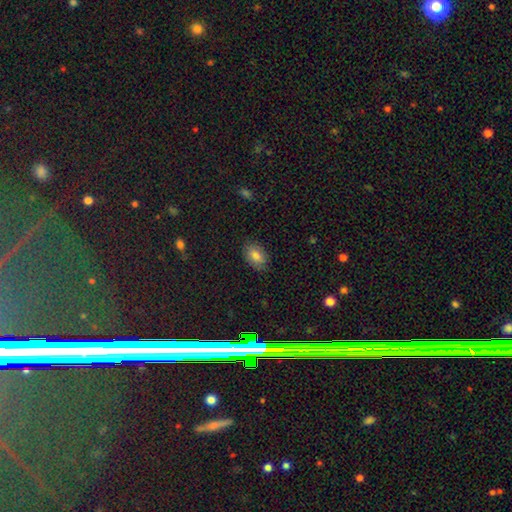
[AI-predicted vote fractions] smooth 81%, featured or disk 10%, star or artifact 9%. Down the decision tree: how rounded — in between (85%); merging — none (82%).